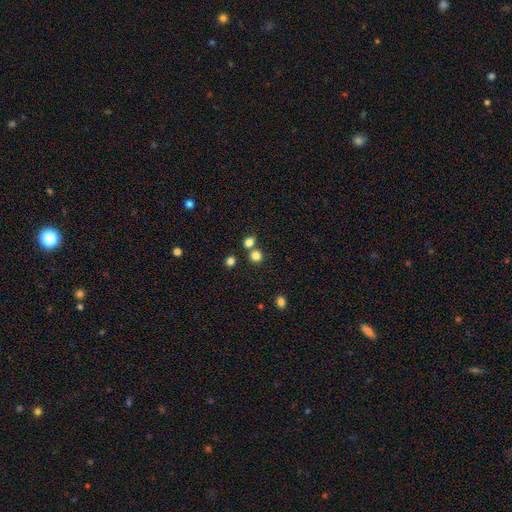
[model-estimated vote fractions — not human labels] Q: Smooth or featured?
A: smooth (80%); runner-up: star or artifact (14%)
Q: How rounded?
A: round (83%); runner-up: in between (16%)
Q: Merging?
A: none (63%); runner-up: merger (27%)